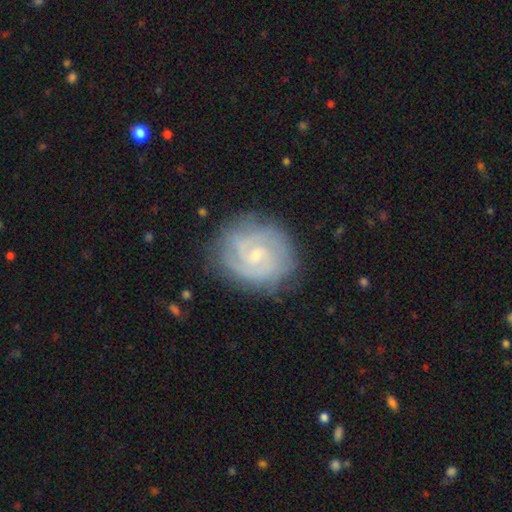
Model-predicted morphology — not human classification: smooth_or_featured: featured or disk (p=0.83) [alt: smooth p=0.11]
disk_edge_on: no (p=0.98) [alt: yes p=0.02]
bar: no (p=0.53) [alt: weak p=0.41]
has_spiral_arms: yes (p=0.96) [alt: no p=0.04]
spiral_winding: tight (p=0.65) [alt: medium p=0.29]
spiral_arm_count: 2 (p=0.47) [alt: can't tell p=0.20]
bulge_size: small (p=0.67) [alt: moderate p=0.27]
merging: none (p=0.80) [alt: minor disturbance p=0.14]